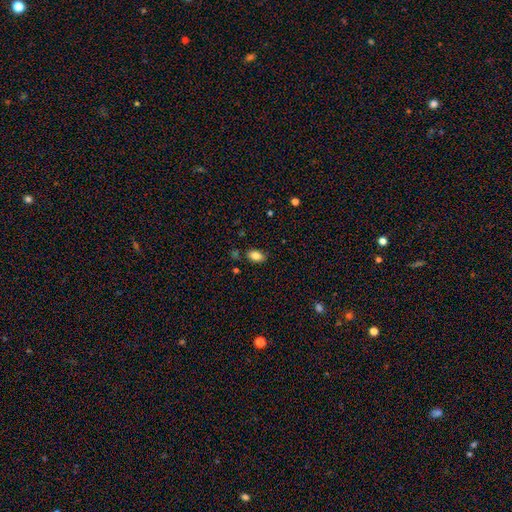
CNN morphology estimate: This appears to be a smooth galaxy with no disk features (83%) that is in between round and cigar-shaped (85%). Merging: none (81%).